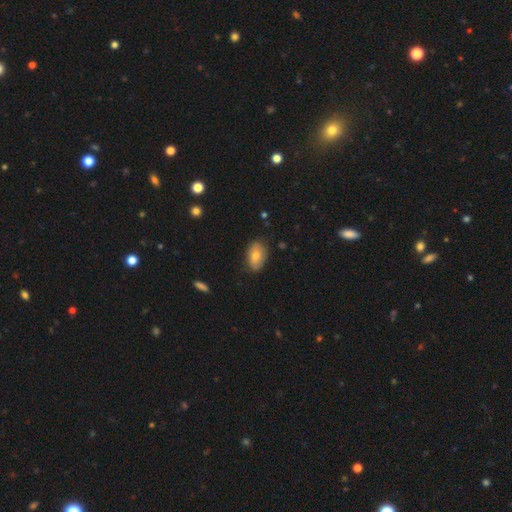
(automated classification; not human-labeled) A smooth galaxy with no disk features (76%) that is in between round and cigar-shaped (91%).

Vote fractions:
- Smooth or featured? smooth: 76% / featured or disk: 17% / star or artifact: 7%
- How rounded? in between: 91% / round: 7% / cigar-shaped: 2%
- Merging? none: 77% / minor disturbance: 19% / major disturbance: 3% / merger: 1%